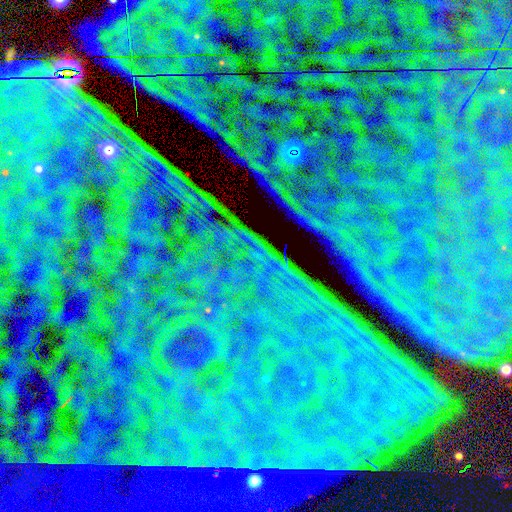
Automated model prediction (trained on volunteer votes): Morphology: type=star or artifact (88%).